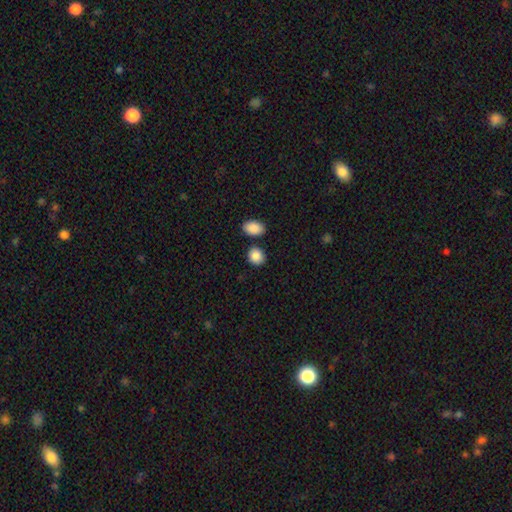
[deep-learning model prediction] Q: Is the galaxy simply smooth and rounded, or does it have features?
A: smooth — 88%.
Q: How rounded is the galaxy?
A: round — 61%.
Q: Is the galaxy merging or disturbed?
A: none — 79%.